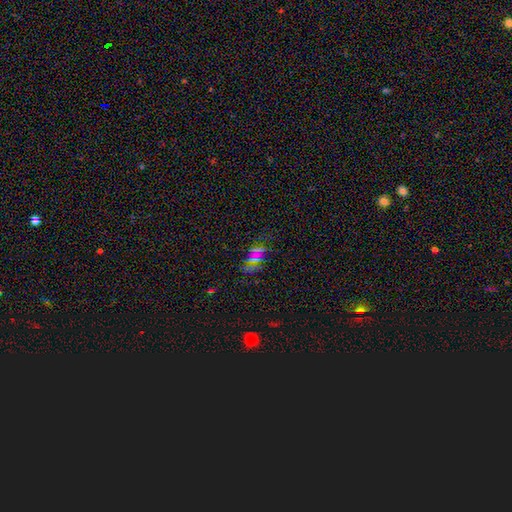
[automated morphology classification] Overall: star or artifact (50%; smooth 40%).